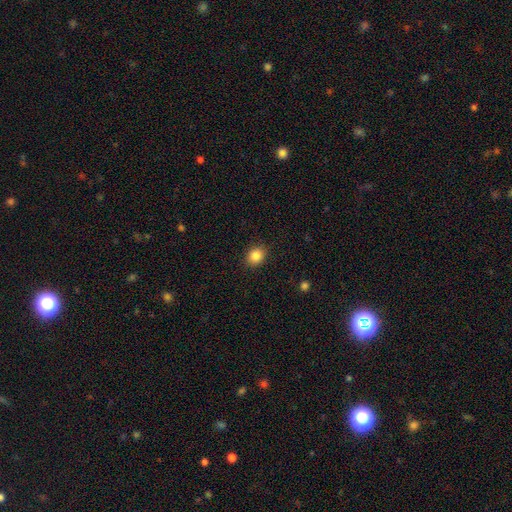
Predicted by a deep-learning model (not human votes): Smooth or featured? Predicted: smooth (p=0.86). How rounded? Predicted: round (p=0.60). Merging? Predicted: none (p=0.89).